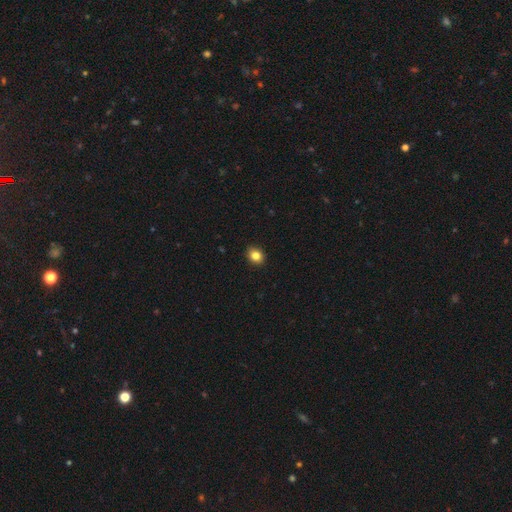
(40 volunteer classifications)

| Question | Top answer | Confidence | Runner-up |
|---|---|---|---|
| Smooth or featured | smooth | 88% | featured or disk (8%) |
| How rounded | round | 83% | in between (17%) |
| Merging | none | 92% | minor disturbance (8%) |